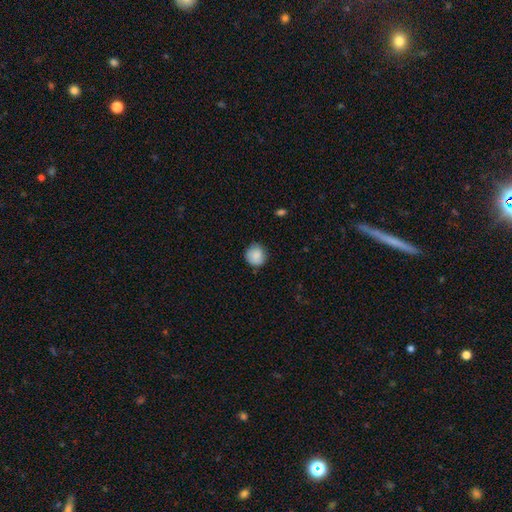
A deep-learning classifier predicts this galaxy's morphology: Q: Smooth or featured?
A: smooth (86%); runner-up: star or artifact (7%)
Q: How rounded?
A: round (91%); runner-up: in between (8%)
Q: Merging?
A: none (81%); runner-up: minor disturbance (15%)